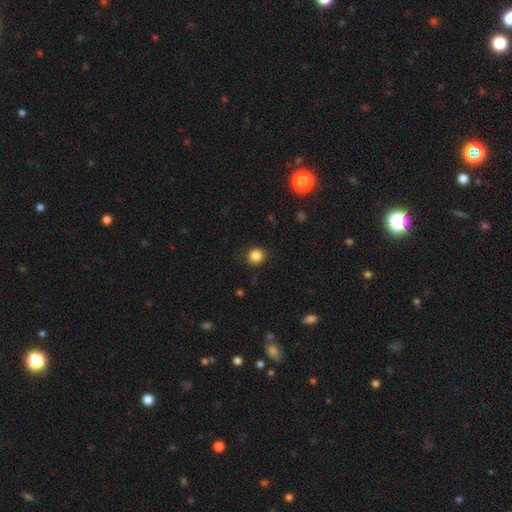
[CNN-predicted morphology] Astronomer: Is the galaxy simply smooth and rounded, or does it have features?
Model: smooth — 85%.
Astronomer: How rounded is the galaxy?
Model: round — 85%.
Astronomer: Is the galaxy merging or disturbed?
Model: none — 87%.